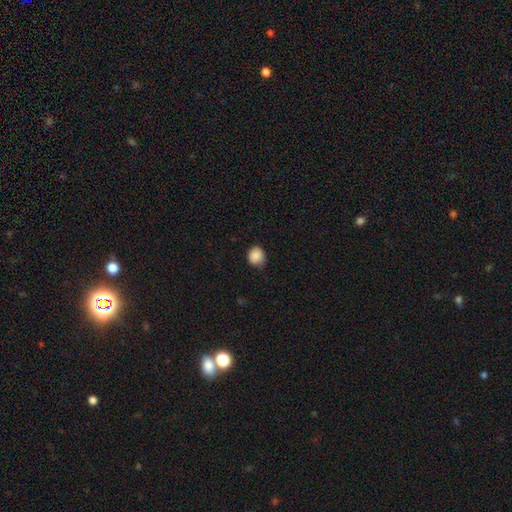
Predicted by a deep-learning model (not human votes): smooth_or_featured: smooth (p=0.88) [alt: star or artifact p=0.09]
how_rounded: round (p=0.79) [alt: in between p=0.20]
merging: none (p=0.72) [alt: minor disturbance p=0.24]